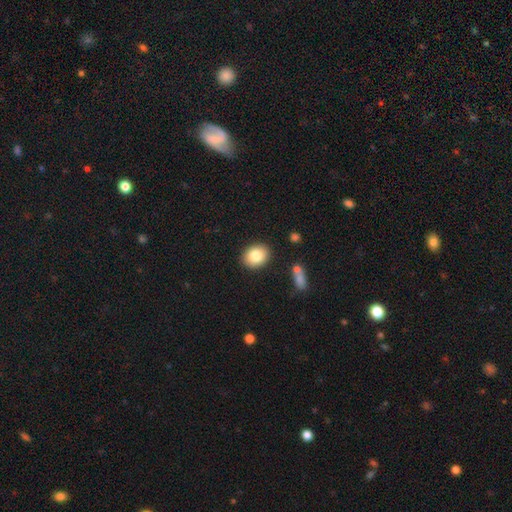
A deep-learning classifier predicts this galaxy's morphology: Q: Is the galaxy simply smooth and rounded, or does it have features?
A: smooth — 82%.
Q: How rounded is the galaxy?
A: in between — 54%.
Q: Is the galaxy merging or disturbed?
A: none — 88%.